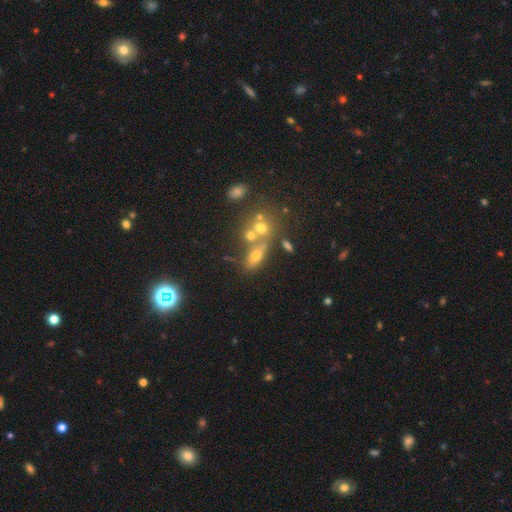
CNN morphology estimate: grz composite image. It shows a smooth galaxy with no disk features (57%) that is in between round and cigar-shaped (63%). Merging: none (44%).